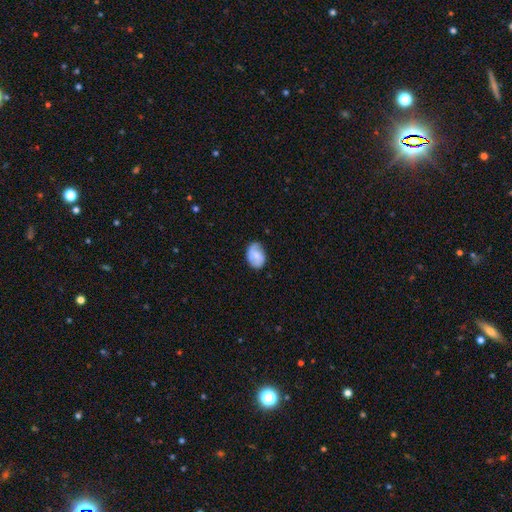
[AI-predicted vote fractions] Morphology: type=smooth (61%); roundness=in between (75%); merging=none (69%).